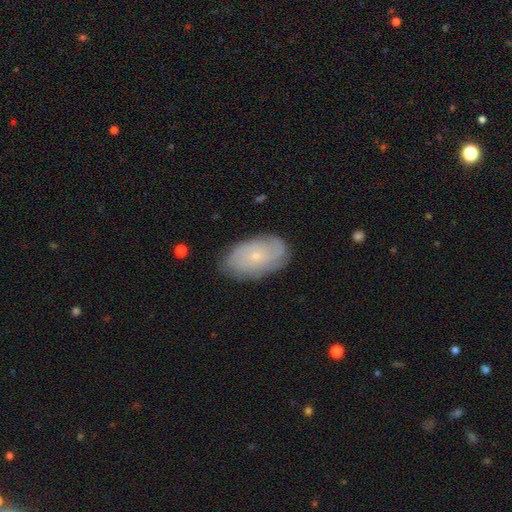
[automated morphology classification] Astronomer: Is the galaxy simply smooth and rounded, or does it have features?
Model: featured or disk — 59% (runner-up: smooth, 34%).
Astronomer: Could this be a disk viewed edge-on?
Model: no — 94%.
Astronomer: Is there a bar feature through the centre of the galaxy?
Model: no — 83%.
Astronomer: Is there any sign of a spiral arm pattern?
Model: yes — 83%.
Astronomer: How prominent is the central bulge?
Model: small — 82%.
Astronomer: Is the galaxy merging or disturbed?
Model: none — 79%.